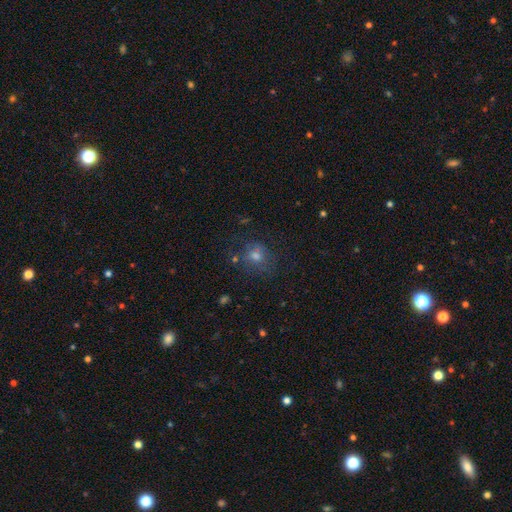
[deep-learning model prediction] A smooth galaxy with no disk features (58%) that is round (72%). Merging: none (67%).